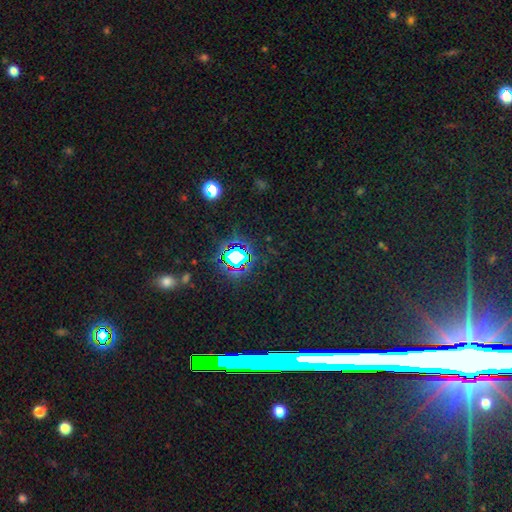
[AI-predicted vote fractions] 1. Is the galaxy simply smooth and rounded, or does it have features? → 77% star or artifact, 12% smooth, 11% featured or disk.